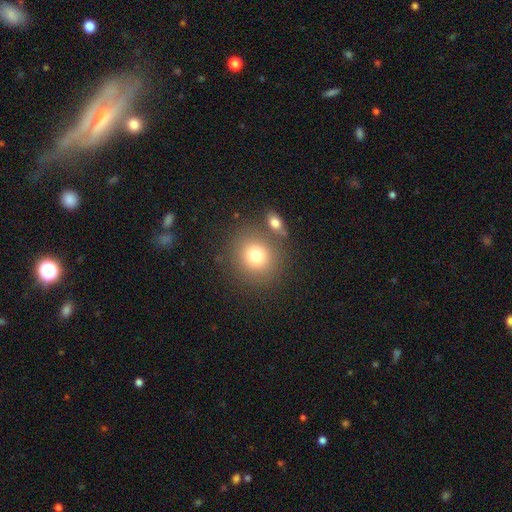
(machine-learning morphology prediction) Smooth or featured: smooth — 76% (star or artifact — 13%)
How rounded: round — 86% (in between — 13%)
Merging: none — 75% (merger — 12%)